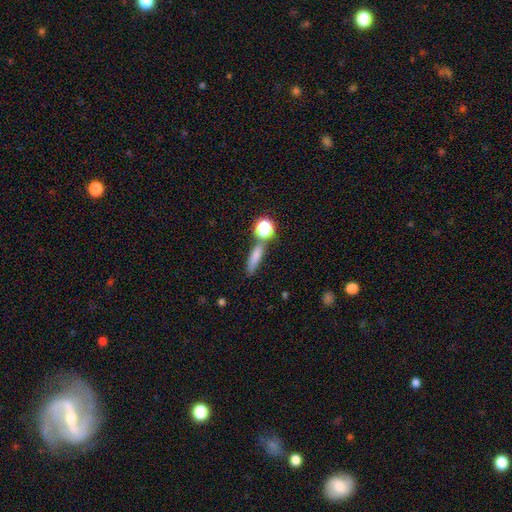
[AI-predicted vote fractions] The model was most divided on "how rounded": cigar-shaped: 67%, in between: 23%, round: 11%. More confident: smooth or featured — smooth (73%); merging — none (68%).